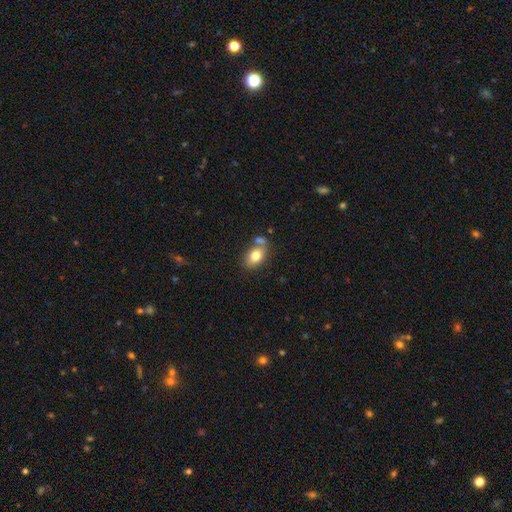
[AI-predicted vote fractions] The model was most divided on "merging": none: 59%, merger: 21%, minor disturbance: 15%, major disturbance: 4%. More confident: how rounded — in between (84%); smooth or featured — smooth (78%).